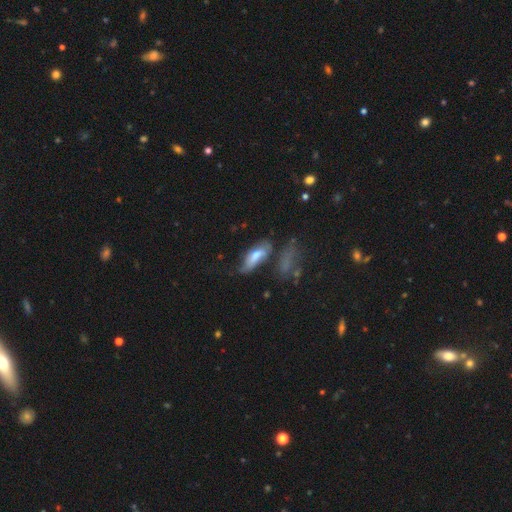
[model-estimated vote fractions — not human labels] Q: Smooth or featured?
A: smooth (64%); runner-up: featured or disk (28%)
Q: How rounded?
A: in between (69%); runner-up: cigar-shaped (28%)
Q: Merging?
A: none (39%); runner-up: minor disturbance (28%)